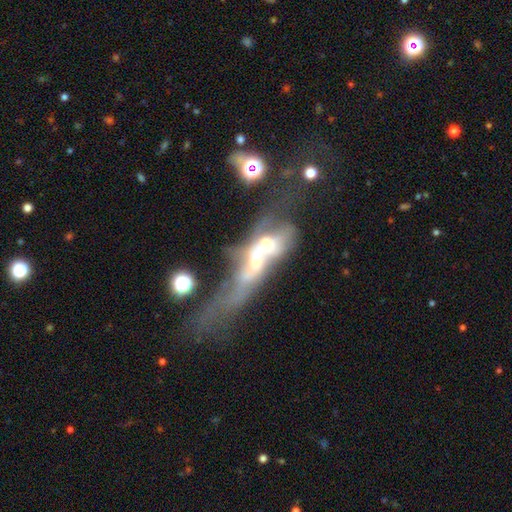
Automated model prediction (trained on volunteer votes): Q: Smooth or featured?
A: featured or disk (57%); runner-up: smooth (31%)
Q: Edge-on disk?
A: no (86%); runner-up: yes (14%)
Q: Merging?
A: merger (71%); runner-up: major disturbance (19%)